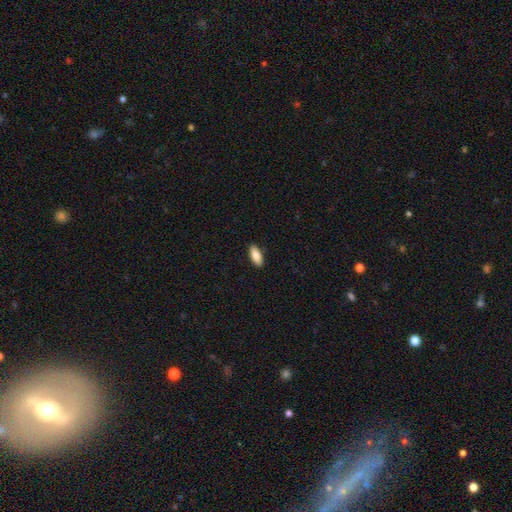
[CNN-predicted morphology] Q: Smooth or featured?
A: smooth (84%); runner-up: featured or disk (10%)
Q: How rounded?
A: in between (85%); runner-up: cigar-shaped (13%)
Q: Merging?
A: none (90%); runner-up: minor disturbance (8%)